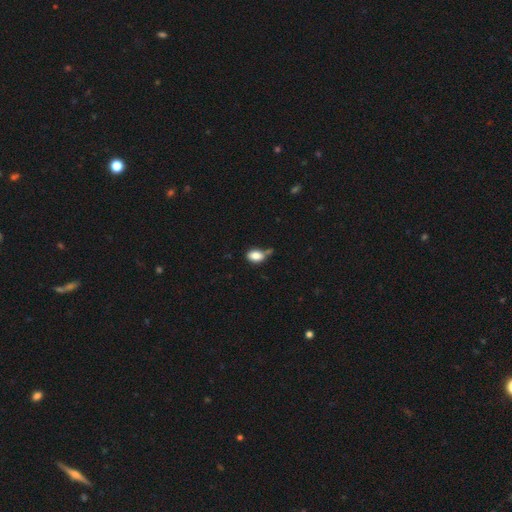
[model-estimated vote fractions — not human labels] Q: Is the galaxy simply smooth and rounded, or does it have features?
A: smooth — 83%.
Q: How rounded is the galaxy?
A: in between — 84%.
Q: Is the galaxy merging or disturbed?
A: none — 47%.